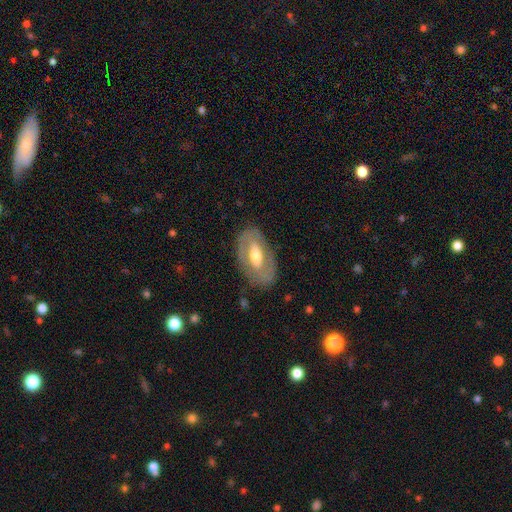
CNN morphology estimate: A featured or disk galaxy (60%) with no bar (36%), no spiral arms (63%) and a moderate central bulge (68%).

Vote fractions:
- Smooth or featured? featured or disk: 60% / smooth: 34% / star or artifact: 5%
- Edge-on disk? no: 89% / yes: 11%
- Bar? no: 36% / weak: 34% / strong: 30%
- Spiral arms? no: 63% / yes: 37%
- Bulge size? moderate: 68% / small: 16% / large: 14% / dominant: 1% / none: 1%
- Merging? none: 79% / minor disturbance: 14% / major disturbance: 6% / merger: 1%